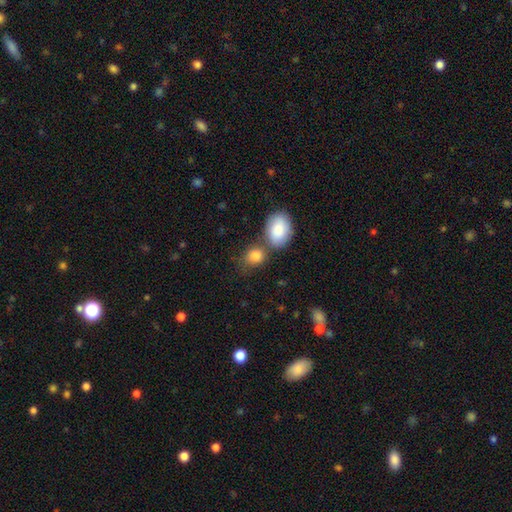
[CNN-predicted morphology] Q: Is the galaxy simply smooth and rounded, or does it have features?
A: smooth — 86%.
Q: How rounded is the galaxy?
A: in between — 50%.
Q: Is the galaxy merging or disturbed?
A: none — 48%.